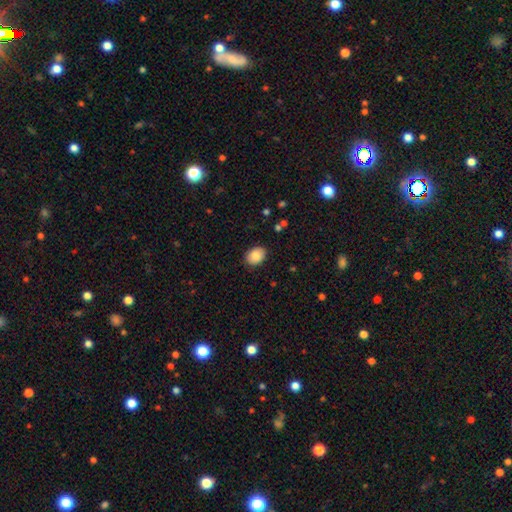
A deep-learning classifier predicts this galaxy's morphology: smooth 86%, star or artifact 8%, featured or disk 6%. Down the decision tree: how rounded — in between (69%); merging — none (88%).